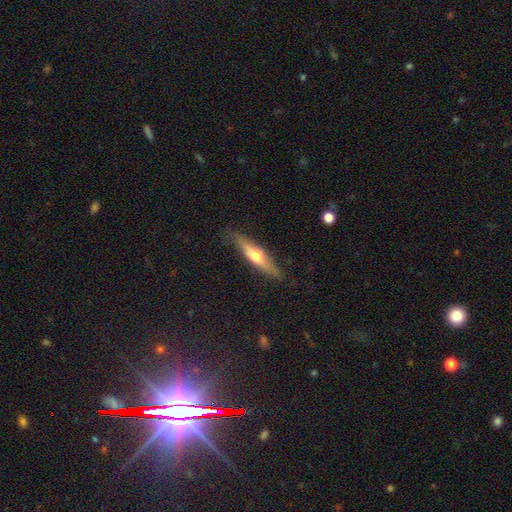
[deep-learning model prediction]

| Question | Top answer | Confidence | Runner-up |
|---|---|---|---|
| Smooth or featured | featured or disk | 51% | smooth (43%) |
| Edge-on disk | yes | 89% | no (11%) |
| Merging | none | 83% | minor disturbance (13%) |